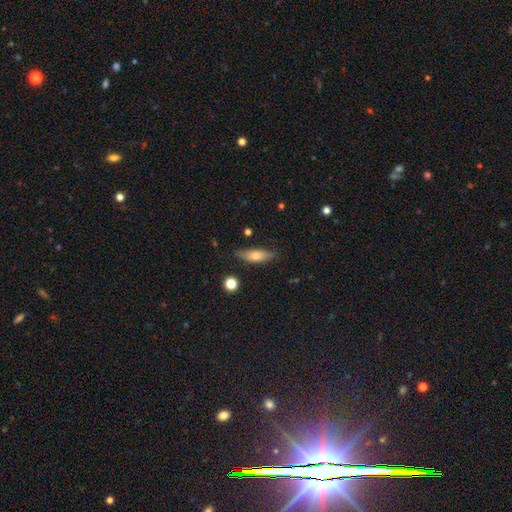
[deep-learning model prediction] smooth-or-featured: smooth: 71% | featured or disk: 22% | star or artifact: 7%
  how-rounded: in between: 52% | cigar-shaped: 45% | round: 3%
  merging: none: 81% | minor disturbance: 14% | major disturbance: 3% | merger: 2%